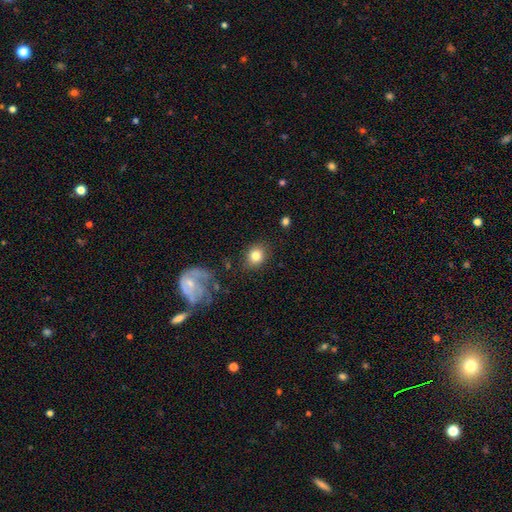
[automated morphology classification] A smooth galaxy with no disk features (81%) that is round (64%). Merging: none (81%).